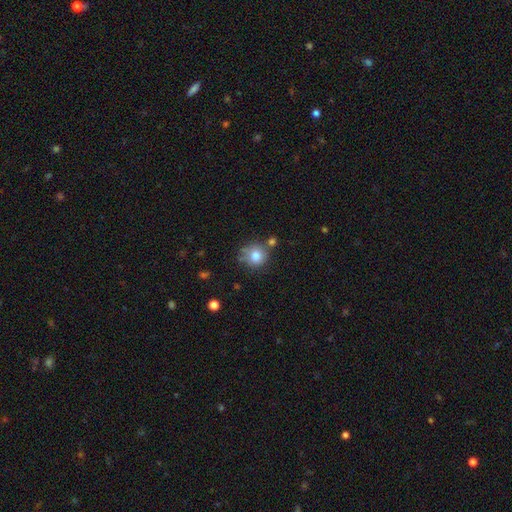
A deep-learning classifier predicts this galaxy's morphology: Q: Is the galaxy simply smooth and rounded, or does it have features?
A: smooth — 80%.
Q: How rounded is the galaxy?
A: round — 89%.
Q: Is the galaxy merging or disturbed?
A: none — 65%.